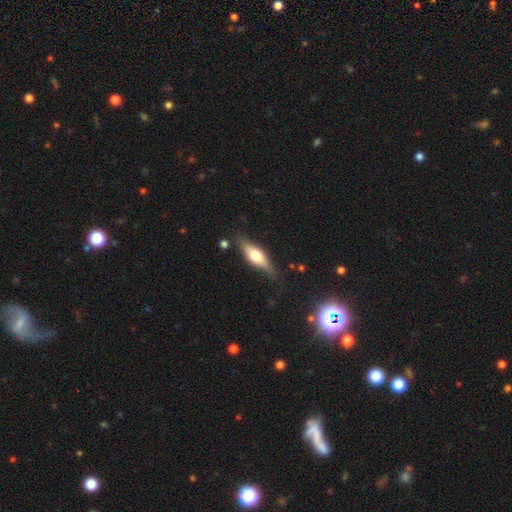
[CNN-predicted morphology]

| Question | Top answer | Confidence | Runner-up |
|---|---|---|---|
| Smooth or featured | featured or disk | 52% | smooth (42%) |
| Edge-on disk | yes | 88% | no (12%) |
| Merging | none | 76% | minor disturbance (17%) |